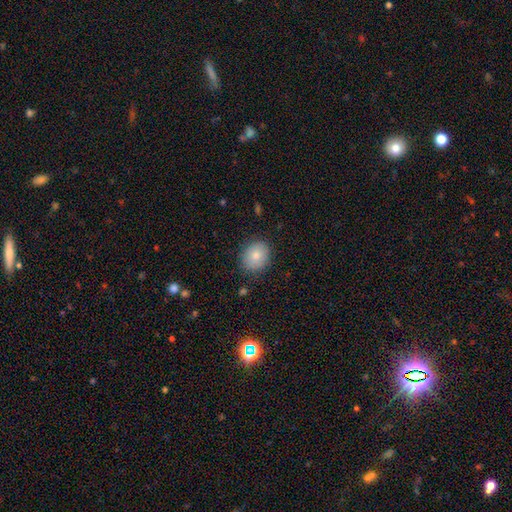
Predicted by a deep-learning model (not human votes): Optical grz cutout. It shows a smooth galaxy with no disk features (83%) that is round (64%). Merging: none (84%).